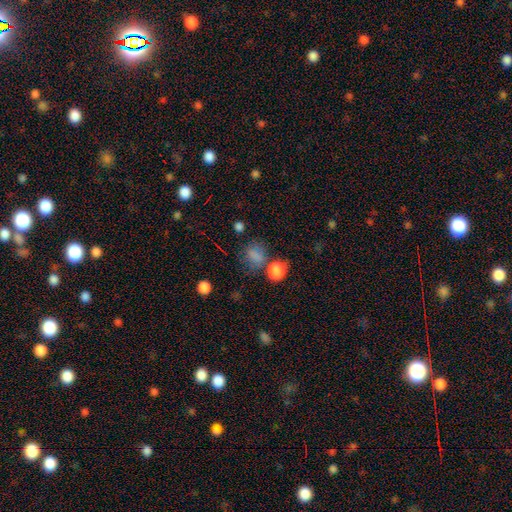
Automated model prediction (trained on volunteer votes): A smooth galaxy with no disk features (72%) that is round (63%).

Vote fractions:
- Smooth or featured? smooth: 72% / star or artifact: 20% / featured or disk: 8%
- How rounded? round: 63% / in between: 36% / cigar-shaped: 1%
- Merging? none: 60% / minor disturbance: 18% / merger: 11% / major disturbance: 11%